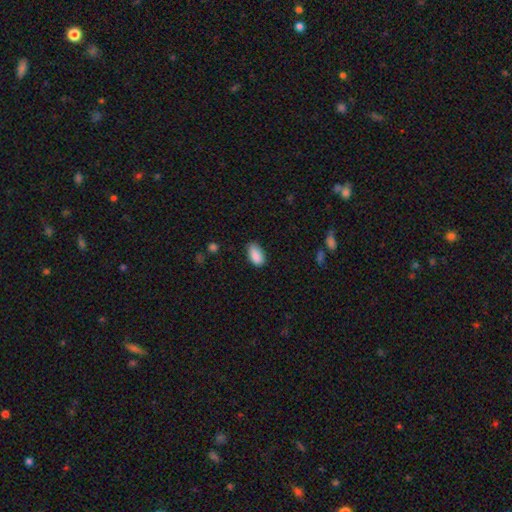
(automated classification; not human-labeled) Smooth or featured? Predicted: smooth (p=0.89). How rounded? Predicted: in between (p=0.93). Merging? Predicted: none (p=0.77).